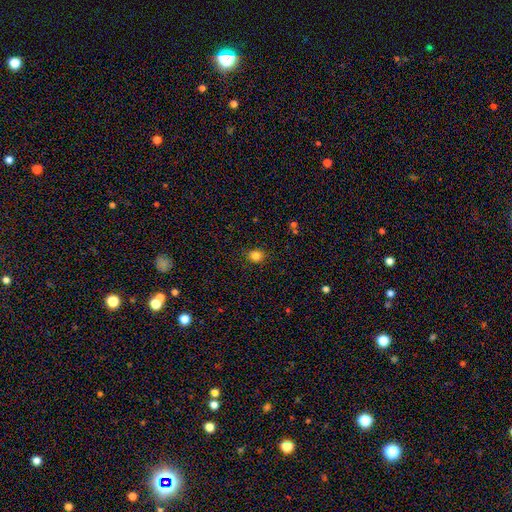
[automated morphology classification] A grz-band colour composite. It shows a smooth galaxy with no disk features (83%) that is round (72%). Merging: none (88%).